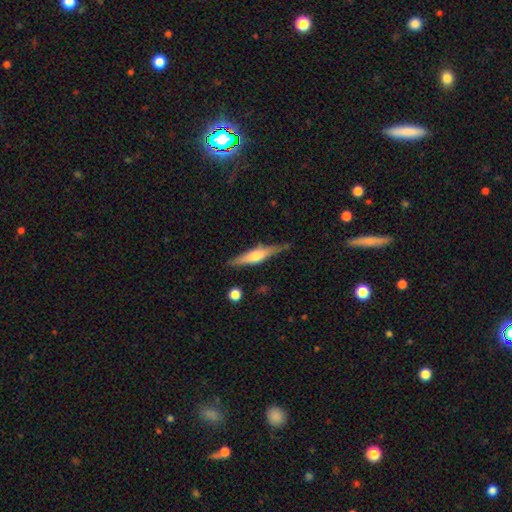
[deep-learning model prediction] This appears to be a featured or disk galaxy (57%) viewed edge-on (94%) with a rounded central bulge (83%). Merging: none (78%).